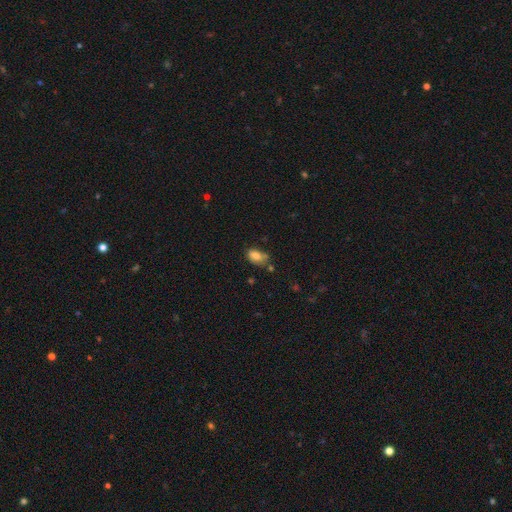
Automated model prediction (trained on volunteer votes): This appears to be a smooth galaxy with no disk features (79%) that is in between round and cigar-shaped (89%). Merging: none (53%).